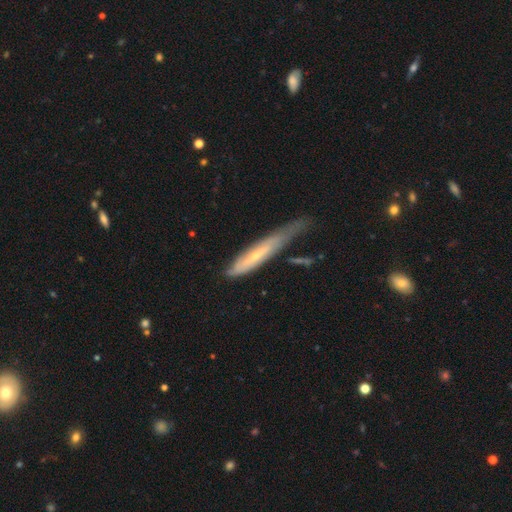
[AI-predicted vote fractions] smooth-or-featured: featured or disk: 54% | smooth: 40% | star or artifact: 7%
  disk-edge-on: yes: 58% | no: 42%
  merging: minor disturbance: 38% | none: 35% | major disturbance: 23% | merger: 4%